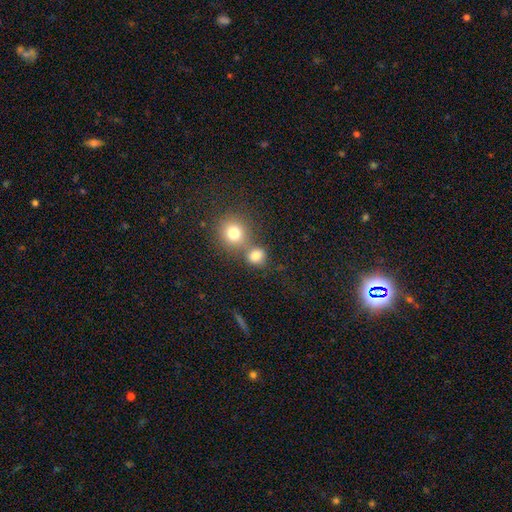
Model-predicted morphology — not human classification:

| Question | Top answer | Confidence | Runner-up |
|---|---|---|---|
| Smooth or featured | smooth | 80% | star or artifact (12%) |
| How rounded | round | 74% | in between (24%) |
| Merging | none | 49% | merger (37%) |